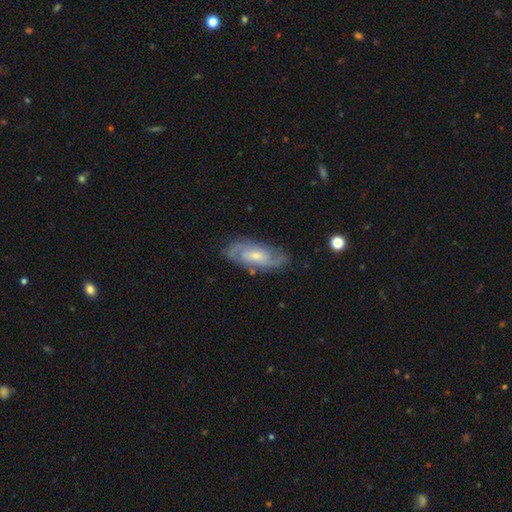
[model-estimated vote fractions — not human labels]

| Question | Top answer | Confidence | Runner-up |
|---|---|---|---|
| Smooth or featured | featured or disk | 79% | smooth (16%) |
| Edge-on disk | no | 92% | yes (8%) |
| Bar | no | 51% | weak (40%) |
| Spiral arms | yes | 95% | no (5%) |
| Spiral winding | medium | 45% | tight (42%) |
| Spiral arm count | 2 | 55% | can't tell (19%) |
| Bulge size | small | 54% | moderate (38%) |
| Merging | none | 78% | minor disturbance (16%) |